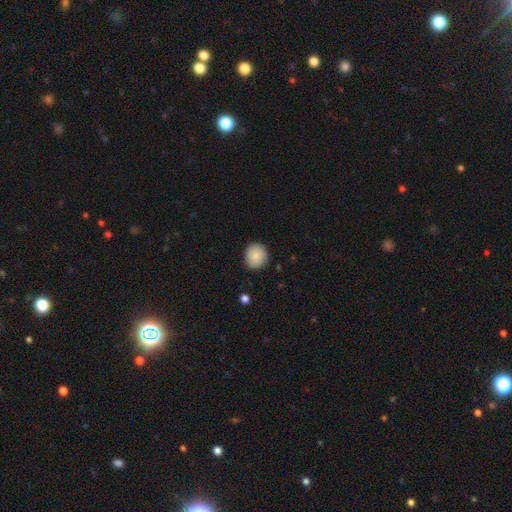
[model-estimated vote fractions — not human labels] Overall: smooth (88%). How rounded: round (83%). Merging: none (88%).